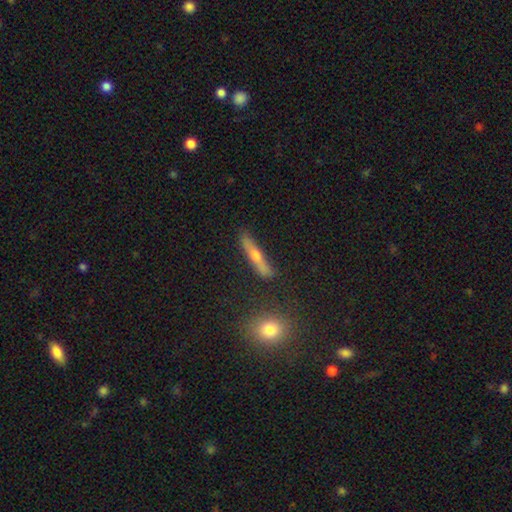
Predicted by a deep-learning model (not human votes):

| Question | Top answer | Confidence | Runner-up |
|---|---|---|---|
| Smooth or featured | featured or disk | 53% | smooth (31%) |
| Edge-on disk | yes | 87% | no (13%) |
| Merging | none | 80% | minor disturbance (12%) |